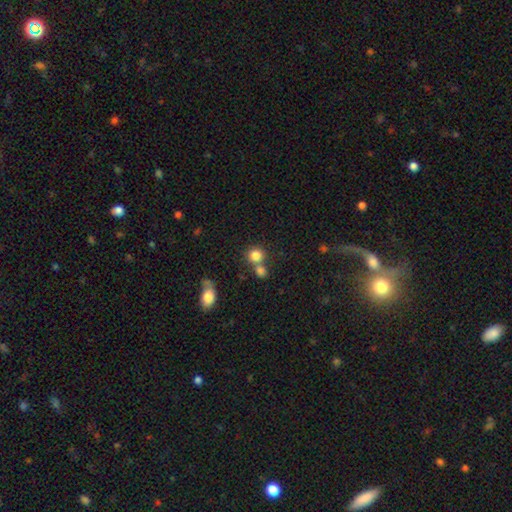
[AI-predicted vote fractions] Overall: smooth (82%). How rounded: round (85%). Merging: none (55%; merger 33%).